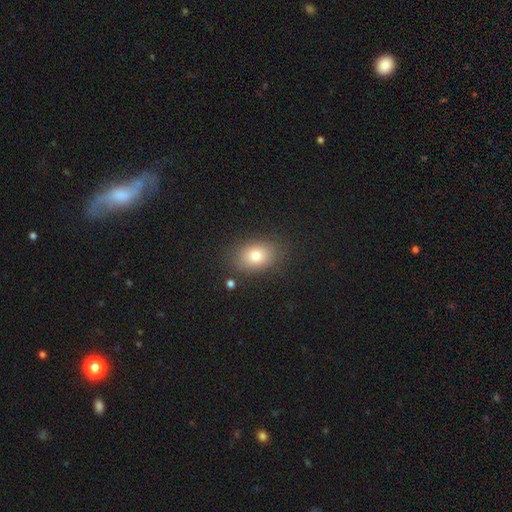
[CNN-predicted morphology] smooth_or_featured: smooth (p=0.80) [alt: star or artifact p=0.10]
how_rounded: in between (p=0.74) [alt: round p=0.25]
merging: none (p=0.82) [alt: minor disturbance p=0.12]